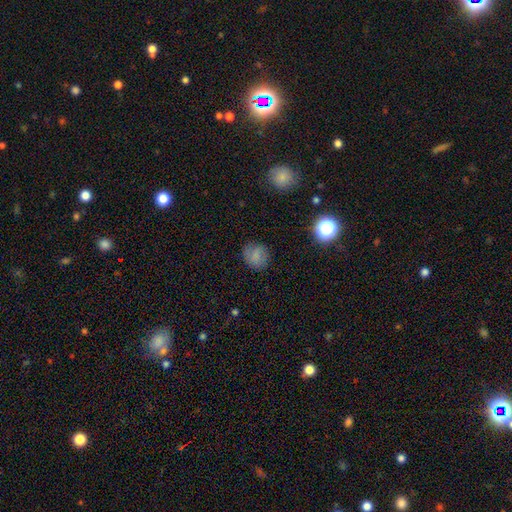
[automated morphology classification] This appears to be a smooth galaxy with no disk features (77%) that is round (82%). Merging: none (79%).